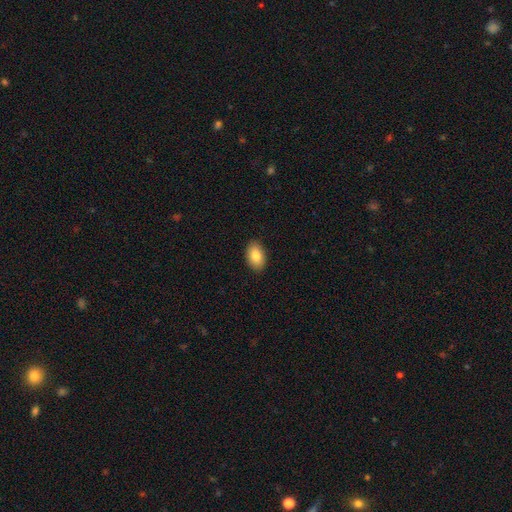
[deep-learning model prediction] Q: Smooth or featured?
A: smooth (85%); runner-up: featured or disk (8%)
Q: How rounded?
A: in between (91%); runner-up: round (8%)
Q: Merging?
A: none (89%); runner-up: minor disturbance (8%)